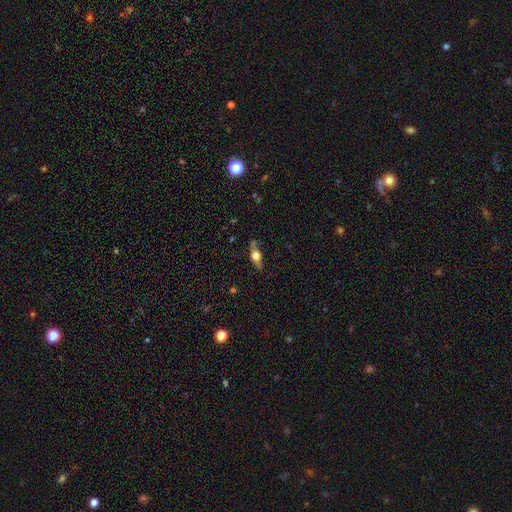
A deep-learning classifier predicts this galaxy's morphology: Q: Smooth or featured?
A: smooth (50%); runner-up: featured or disk (41%)
Q: Merging?
A: none (69%); runner-up: minor disturbance (20%)